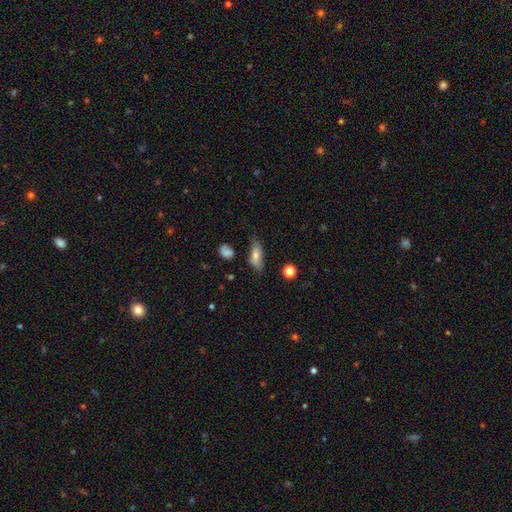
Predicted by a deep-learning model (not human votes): smooth-or-featured: smooth: 68% | featured or disk: 25% | star or artifact: 8%
  how-rounded: in between: 70% | cigar-shaped: 26% | round: 4%
  merging: none: 66% | minor disturbance: 25% | major disturbance: 6% | merger: 3%